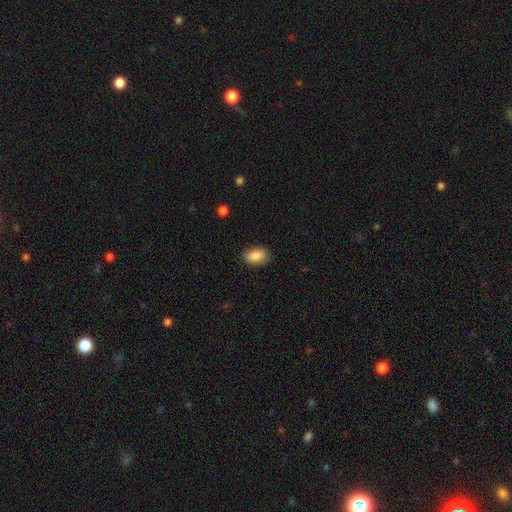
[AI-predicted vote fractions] Morphology: type=smooth (88%); roundness=in between (89%); merging=none (87%).